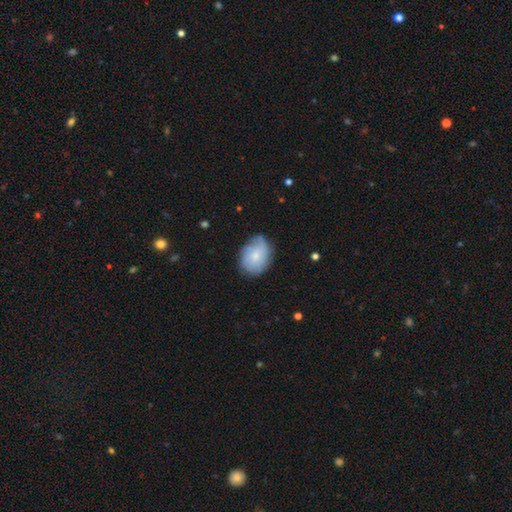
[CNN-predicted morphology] A smooth galaxy with no disk features (68%) that is in between round and cigar-shaped (69%).

Vote fractions:
- Smooth or featured? smooth: 68% / featured or disk: 25% / star or artifact: 7%
- How rounded? in between: 69% / round: 30% / cigar-shaped: 1%
- Merging? none: 68% / minor disturbance: 25% / major disturbance: 6% / merger: 1%